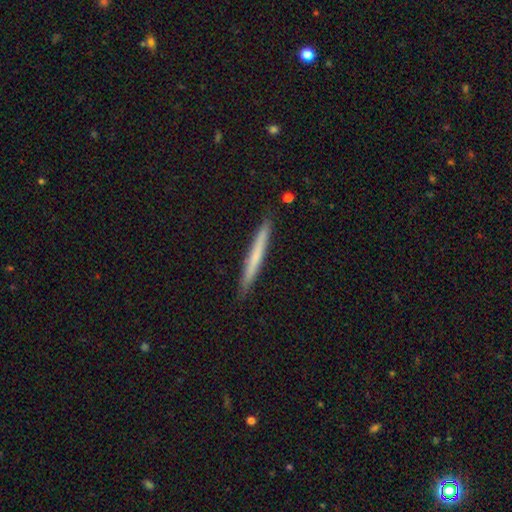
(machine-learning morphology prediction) The model was most divided on "smooth or featured": smooth: 61%, featured or disk: 33%, star or artifact: 6%. More confident: how rounded — cigar-shaped (97%); merging — none (91%).